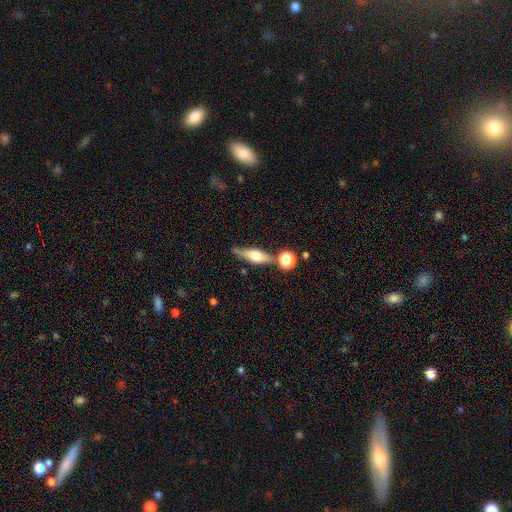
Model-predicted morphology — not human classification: Smooth or featured: featured or disk — 50% (smooth — 41%)
Edge-on disk: yes — 86% (no — 14%)
Merging: none — 65% (minor disturbance — 17%)